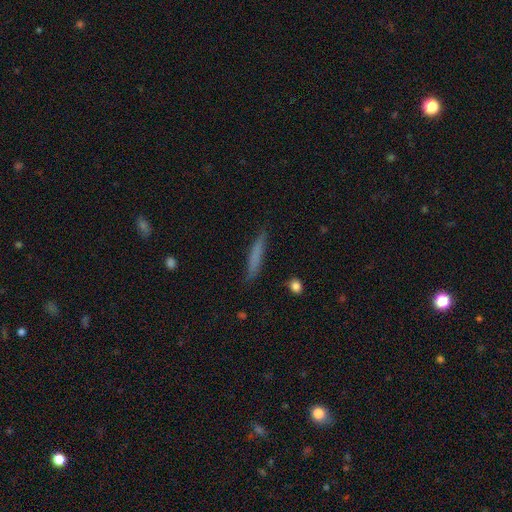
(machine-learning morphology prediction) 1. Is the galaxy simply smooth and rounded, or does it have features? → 69% smooth, 23% featured or disk, 7% star or artifact.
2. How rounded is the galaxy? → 94% cigar-shaped, 5% in between, 1% round.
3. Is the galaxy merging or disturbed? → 85% none, 11% minor disturbance, 2% major disturbance, 1% merger.